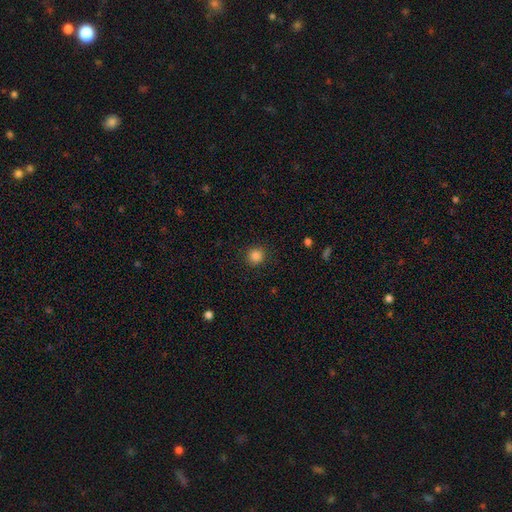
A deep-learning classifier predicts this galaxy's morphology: A smooth galaxy with no disk features (85%) that is round (91%).

Vote fractions:
- Smooth or featured? smooth: 85% / star or artifact: 11% / featured or disk: 4%
- How rounded? round: 91% / in between: 8% / cigar-shaped: 1%
- Merging? none: 90% / minor disturbance: 6% / major disturbance: 2% / merger: 1%